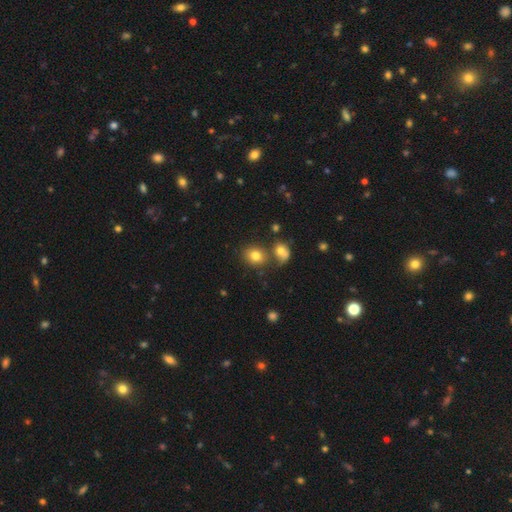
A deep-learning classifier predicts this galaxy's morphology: A smooth galaxy with no disk features (79%) that is round (60%). Merging: none (67%).